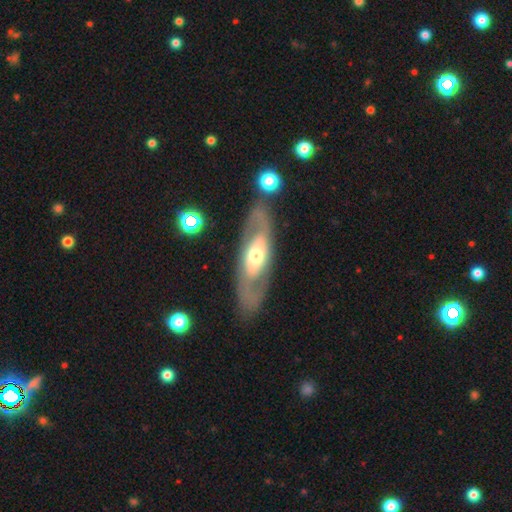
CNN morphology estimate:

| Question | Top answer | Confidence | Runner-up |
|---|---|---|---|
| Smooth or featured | featured or disk | 69% | smooth (26%) |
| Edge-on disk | no | 82% | yes (18%) |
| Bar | no | 75% | weak (17%) |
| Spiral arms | no | 59% | yes (41%) |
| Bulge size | moderate | 65% | small (17%) |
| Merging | none | 79% | minor disturbance (12%) |